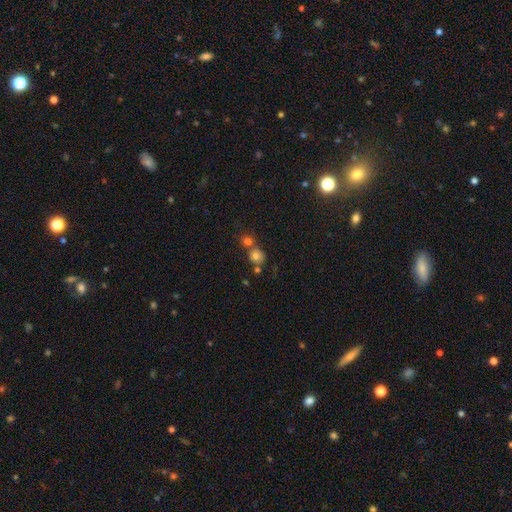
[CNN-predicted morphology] Q: Smooth or featured?
A: smooth (76%); runner-up: star or artifact (14%)
Q: How rounded?
A: round (85%); runner-up: in between (14%)
Q: Merging?
A: none (56%); runner-up: merger (31%)